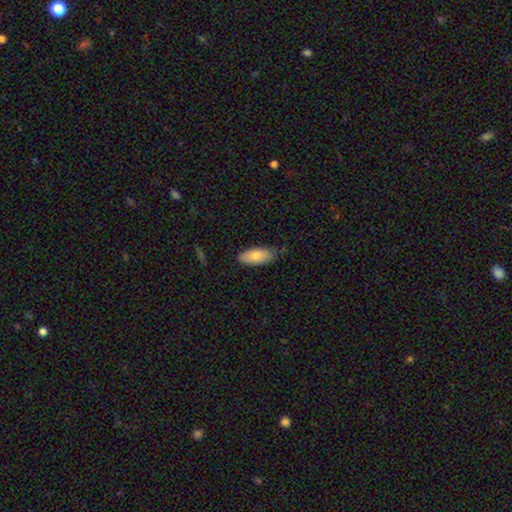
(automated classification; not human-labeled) Morphology: type=smooth (81%); roundness=in between (86%); merging=none (73%).